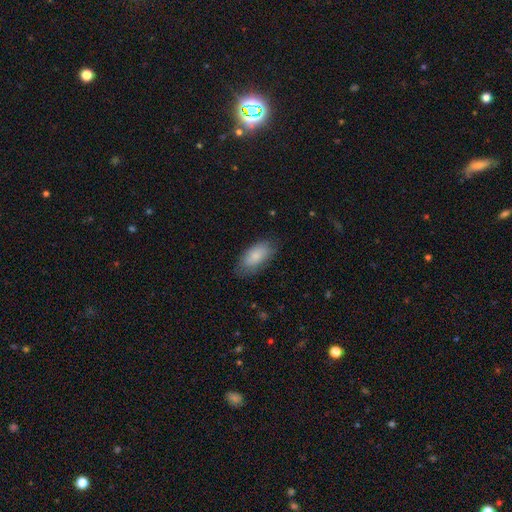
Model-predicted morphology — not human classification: This appears to be a smooth galaxy with no disk features (84%) that is in between round and cigar-shaped (91%). Merging: none (76%).